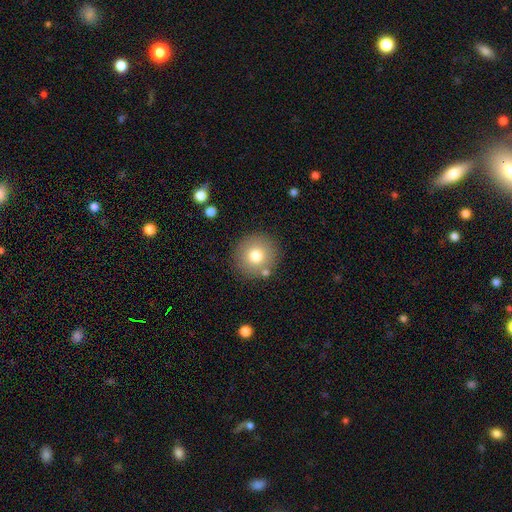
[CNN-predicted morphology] smooth_or_featured: smooth (p=0.76) [alt: featured or disk p=0.13]
how_rounded: round (p=0.95) [alt: in between p=0.04]
merging: none (p=0.86) [alt: minor disturbance p=0.07]